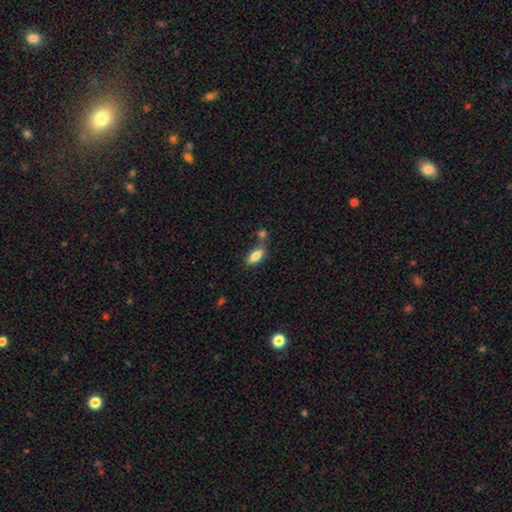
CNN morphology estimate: smooth_or_featured: smooth (p=0.80) [alt: featured or disk p=0.12]
how_rounded: in between (p=0.82) [alt: cigar-shaped p=0.15]
merging: none (p=0.57) [alt: merger p=0.23]